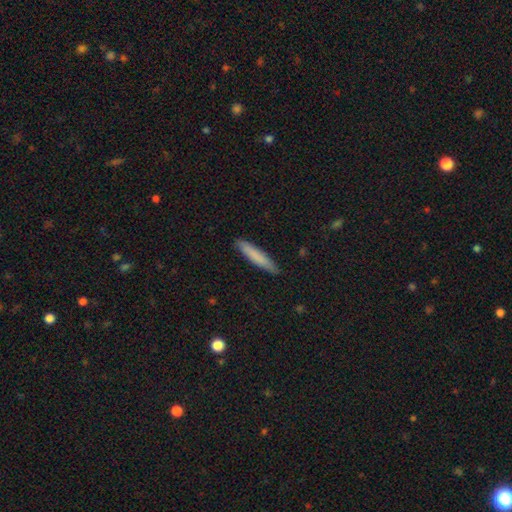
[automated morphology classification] type=smooth (78%); roundness=cigar-shaped (91%); merging=none (88%).